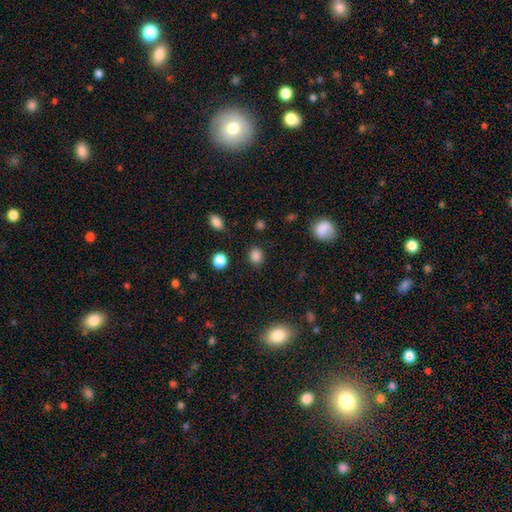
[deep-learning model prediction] Smooth or featured? Predicted: smooth (p=0.84). How rounded? Predicted: round (p=0.60). Merging? Predicted: none (p=0.85).